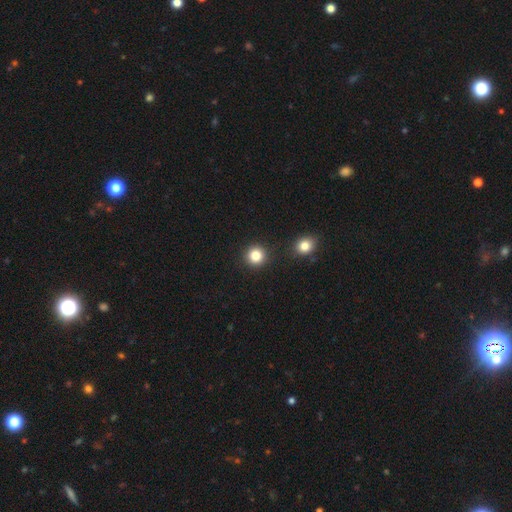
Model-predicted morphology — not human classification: smooth-or-featured: smooth: 84% | star or artifact: 11% | featured or disk: 5%
  how-rounded: round: 93% | in between: 6% | cigar-shaped: 1%
  merging: none: 88% | minor disturbance: 5% | merger: 4% | major disturbance: 2%